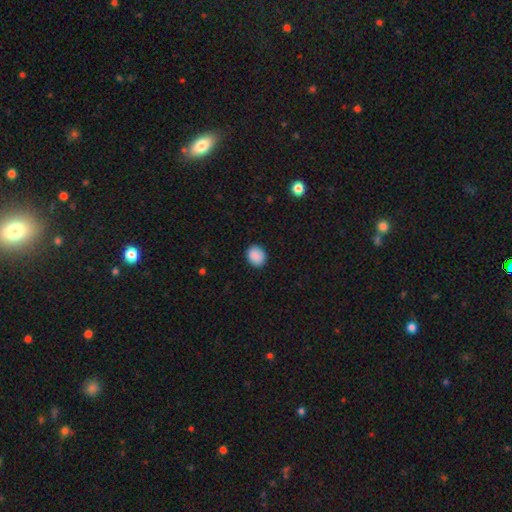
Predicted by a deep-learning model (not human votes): smooth_or_featured: smooth (p=0.89) [alt: star or artifact p=0.08]
how_rounded: round (p=0.61) [alt: in between p=0.38]
merging: none (p=0.90) [alt: minor disturbance p=0.07]